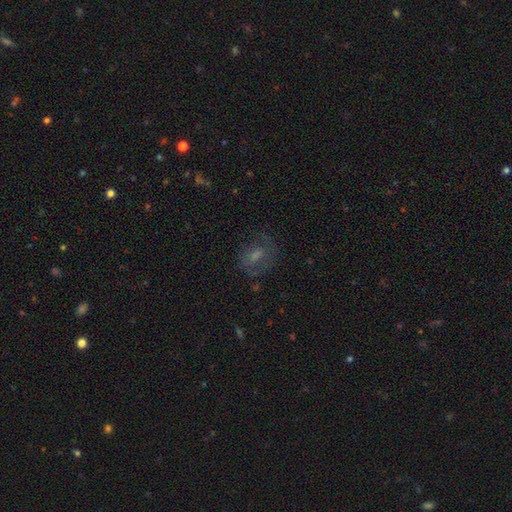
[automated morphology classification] Smooth or featured? Predicted: smooth (p=0.45). Merging? Predicted: none (p=0.59).